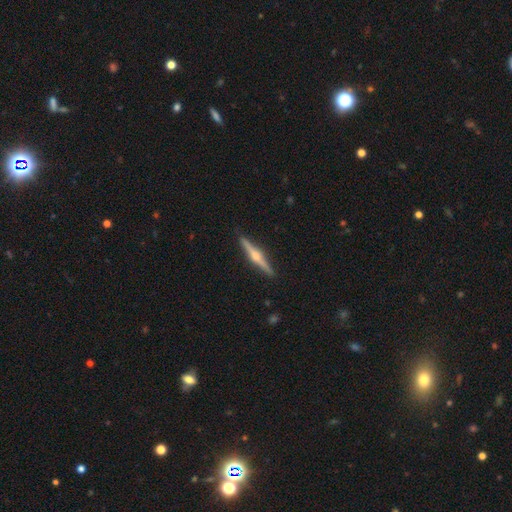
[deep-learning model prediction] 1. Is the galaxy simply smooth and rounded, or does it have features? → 77% featured or disk, 18% smooth, 5% star or artifact.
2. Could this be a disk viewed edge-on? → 98% yes, 2% no.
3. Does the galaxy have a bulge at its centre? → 92% rounded, 4% boxy, 4% none.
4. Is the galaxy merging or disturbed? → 92% none, 6% minor disturbance, 1% major disturbance, 1% merger.